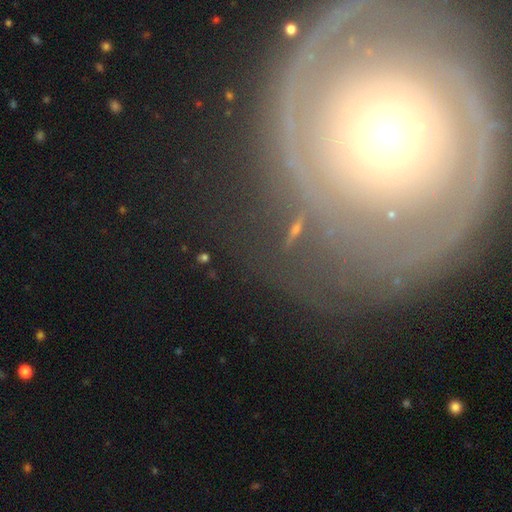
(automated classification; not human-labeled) Smooth or featured: featured or disk — 71% (smooth — 18%)
Edge-on disk: no — 95% (yes — 5%)
Bar: no — 81% (weak — 12%)
Spiral arms: yes — 71% (no — 29%)
Bulge size: moderate — 52% (small — 34%)
Merging: none — 72% (minor disturbance — 14%)